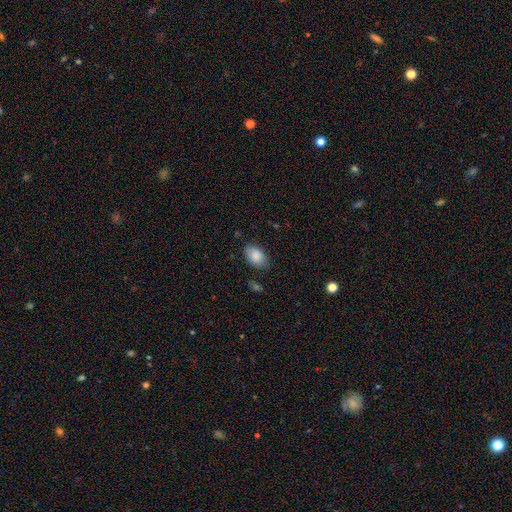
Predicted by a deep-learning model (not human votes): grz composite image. It shows a smooth galaxy with no disk features (88%) that is in between round and cigar-shaped (90%). Merging: none (78%).